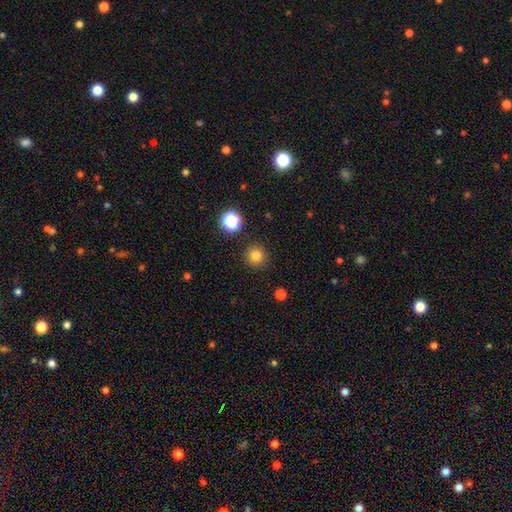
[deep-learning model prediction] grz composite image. It shows a smooth galaxy with no disk features (81%) that is round (95%). Merging: none (90%).